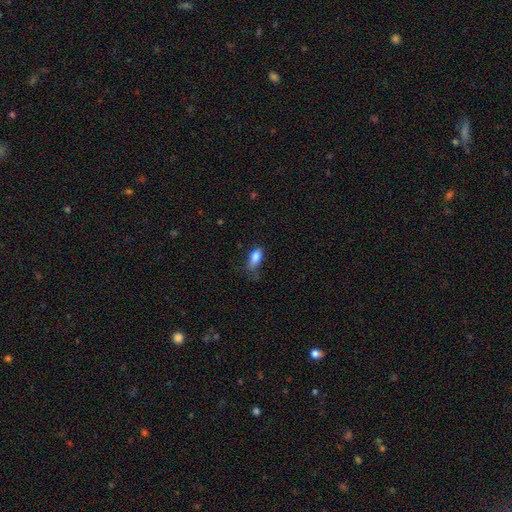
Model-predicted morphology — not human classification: This appears to be a smooth galaxy with no disk features (82%) that is in between round and cigar-shaped (83%). Merging: none (47%).